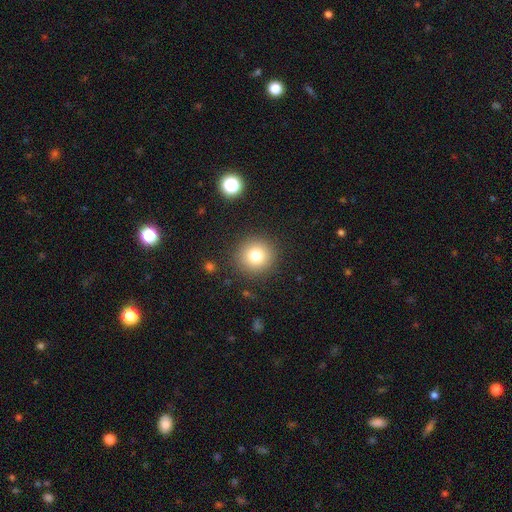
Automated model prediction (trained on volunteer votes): Smooth or featured? smooth (79%)
How rounded? round (93%)
Merging? none (89%)